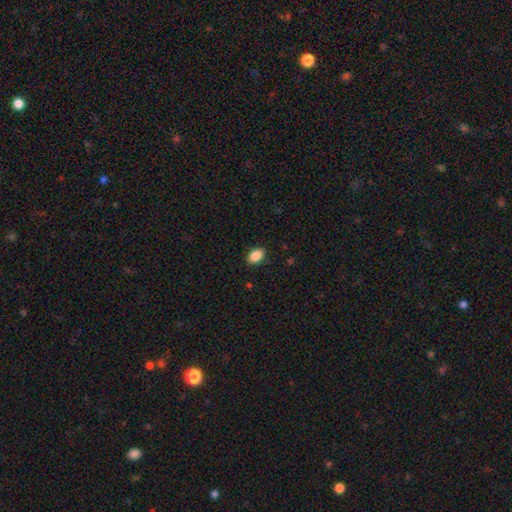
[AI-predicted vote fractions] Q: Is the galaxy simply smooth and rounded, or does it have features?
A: smooth — 88%.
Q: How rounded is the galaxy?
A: in between — 84%.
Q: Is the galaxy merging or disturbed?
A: none — 88%.